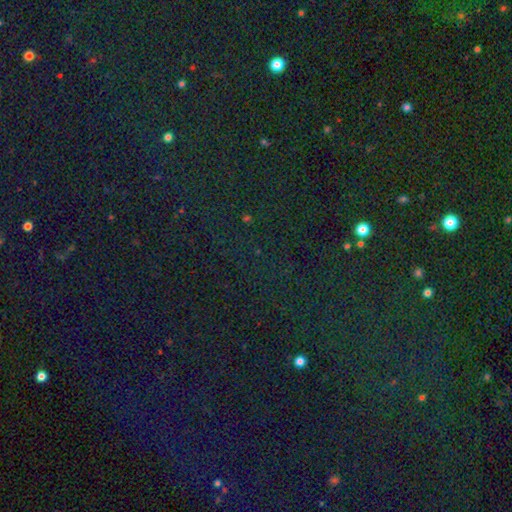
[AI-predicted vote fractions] Smooth or featured?
  - star or artifact: 81% *
  - smooth: 12%
  - featured or disk: 8%